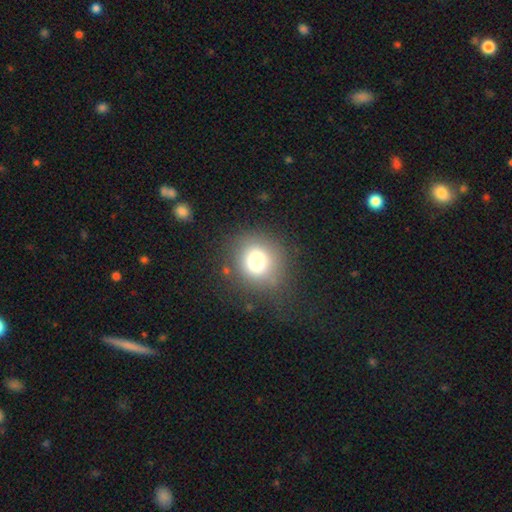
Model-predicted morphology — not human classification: A smooth galaxy with no disk features (75%) that is round (84%).

Vote fractions:
- Smooth or featured? smooth: 75% / star or artifact: 14% / featured or disk: 10%
- How rounded? round: 84% / in between: 15% / cigar-shaped: 1%
- Merging? none: 78% / minor disturbance: 13% / major disturbance: 7% / merger: 3%